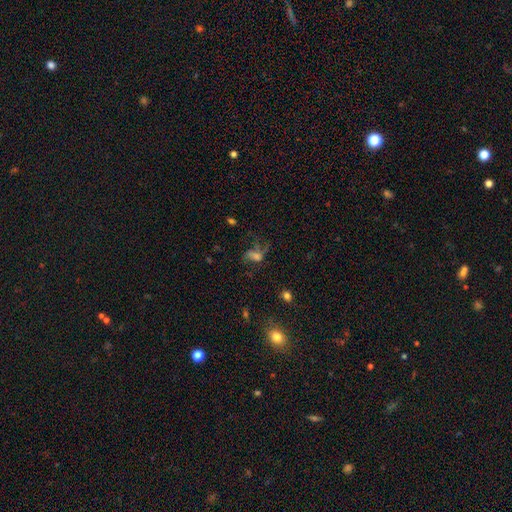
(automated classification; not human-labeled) Morphology: type=featured or disk (38%); merging=major disturbance (42%).